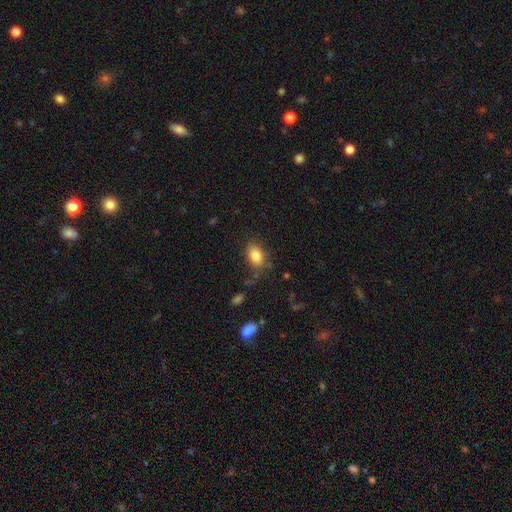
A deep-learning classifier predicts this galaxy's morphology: A smooth galaxy with no disk features (84%) that is in between round and cigar-shaped (84%).

Vote fractions:
- Smooth or featured? smooth: 84% / star or artifact: 9% / featured or disk: 8%
- How rounded? in between: 84% / round: 14% / cigar-shaped: 2%
- Merging? none: 76% / minor disturbance: 17% / major disturbance: 5% / merger: 3%